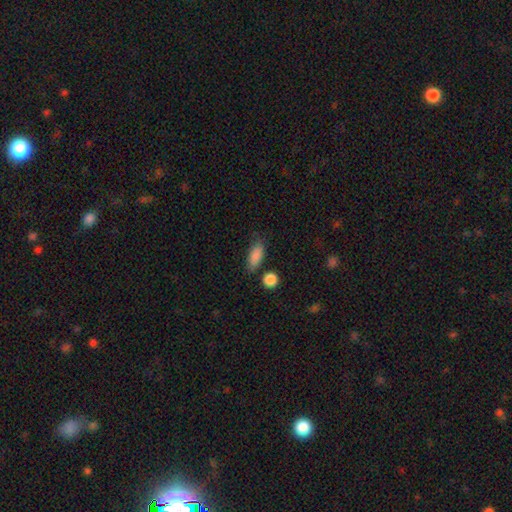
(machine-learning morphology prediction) A smooth galaxy with no disk features (87%) that is in between round and cigar-shaped (79%).

Vote fractions:
- Smooth or featured? smooth: 87% / star or artifact: 7% / featured or disk: 5%
- How rounded? in between: 79% / cigar-shaped: 16% / round: 5%
- Merging? none: 72% / minor disturbance: 18% / merger: 6% / major disturbance: 4%